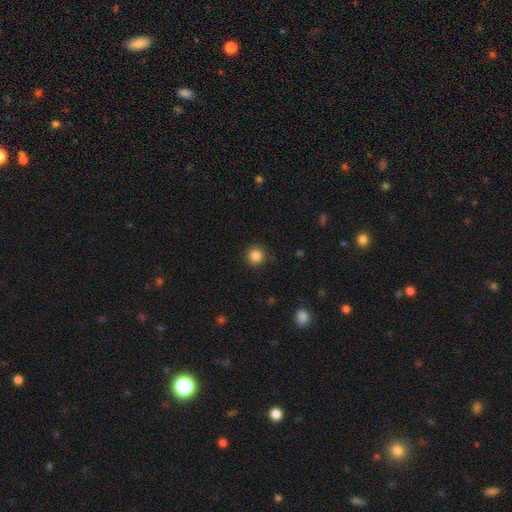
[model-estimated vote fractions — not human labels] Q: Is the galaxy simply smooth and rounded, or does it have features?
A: smooth — 85%.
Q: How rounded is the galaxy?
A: round — 95%.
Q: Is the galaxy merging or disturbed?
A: none — 90%.